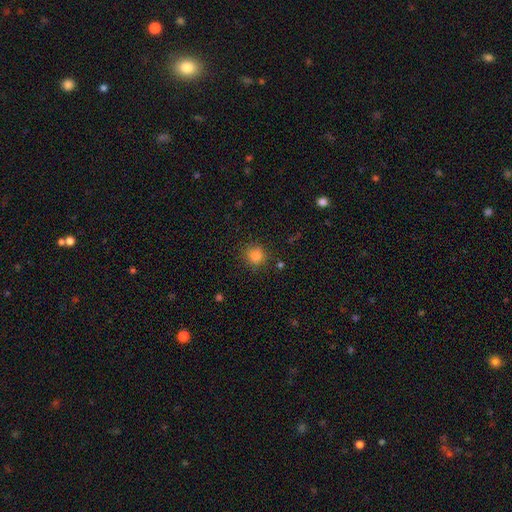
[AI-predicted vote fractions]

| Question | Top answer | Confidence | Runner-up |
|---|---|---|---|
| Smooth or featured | smooth | 82% | star or artifact (13%) |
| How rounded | round | 83% | in between (16%) |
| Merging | none | 80% | minor disturbance (13%) |